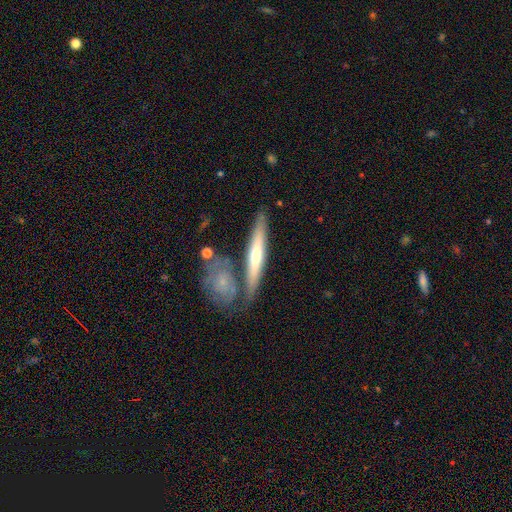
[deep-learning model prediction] smooth-or-featured: featured or disk: 55% | smooth: 39% | star or artifact: 6%
  disk-edge-on: yes: 86% | no: 14%
  merging: none: 71% | merger: 14% | minor disturbance: 12% | major disturbance: 3%